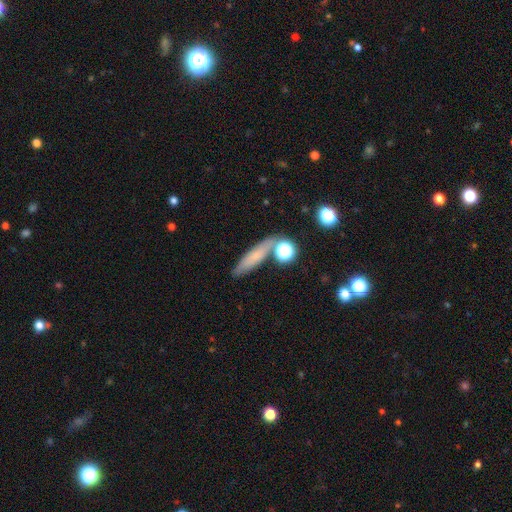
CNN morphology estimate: The model was most divided on "smooth or featured": smooth: 65%, featured or disk: 24%, star or artifact: 11%. More confident: how rounded — cigar-shaped (72%); merging — none (71%).